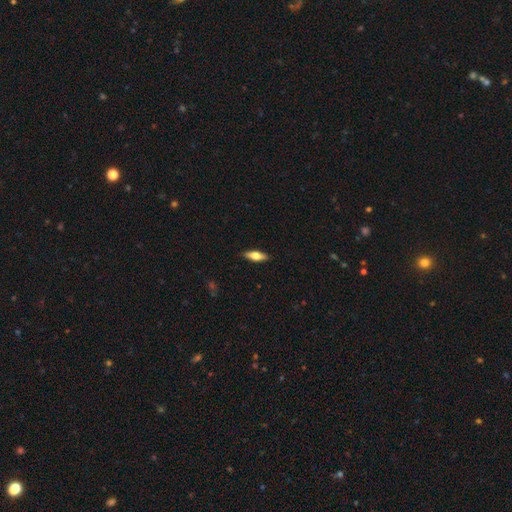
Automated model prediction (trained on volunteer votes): The model was most divided on "how rounded": in between: 57%, cigar-shaped: 41%, round: 3%. More confident: merging — none (89%); smooth or featured — smooth (60%).